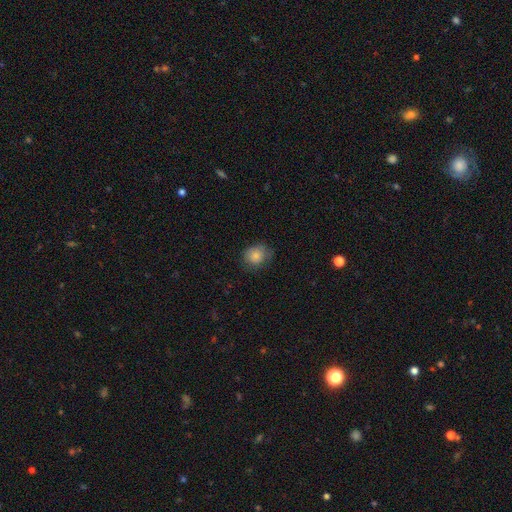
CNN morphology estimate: smooth 83%, star or artifact 9%, featured or disk 8%. Down the decision tree: how rounded — round (69%); merging — none (68%).